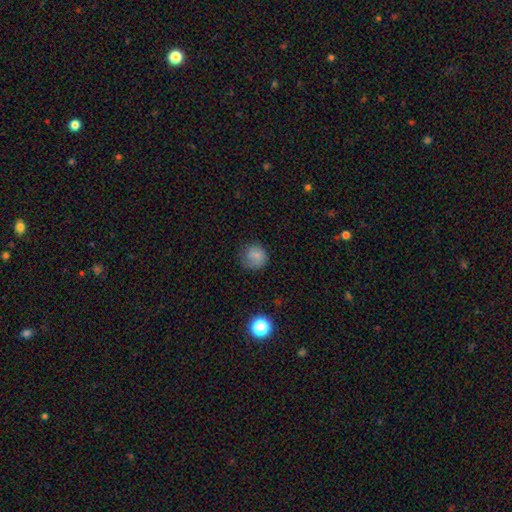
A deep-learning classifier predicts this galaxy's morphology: type=smooth (77%); roundness=round (85%); merging=none (63%).